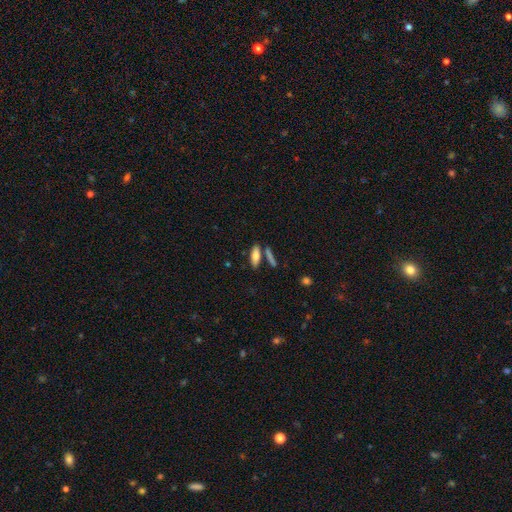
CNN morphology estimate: Overall: smooth (76%). How rounded: in between (55%; cigar-shaped 42%). Merging: none (70%).